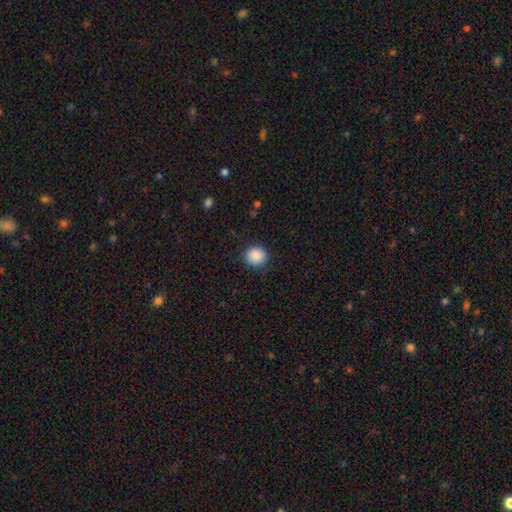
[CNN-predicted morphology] smooth-or-featured: smooth: 89% | star or artifact: 8% | featured or disk: 3%
  how-rounded: round: 86% | in between: 13% | cigar-shaped: 1%
  merging: none: 89% | minor disturbance: 7% | major disturbance: 2% | merger: 1%